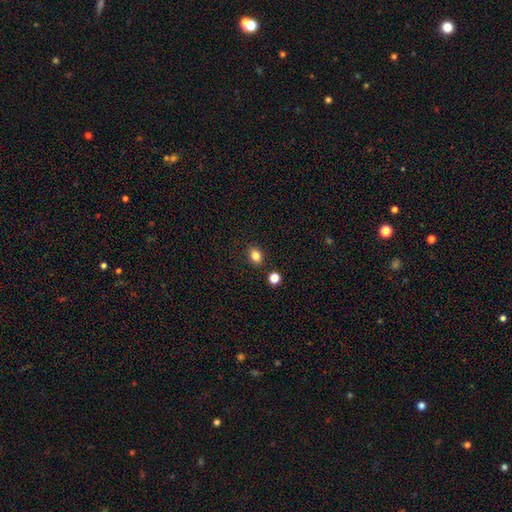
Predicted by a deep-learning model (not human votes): The model was most divided on "how rounded": in between: 57%, round: 42%, cigar-shaped: 1%. More confident: merging — none (86%); smooth or featured — smooth (83%).